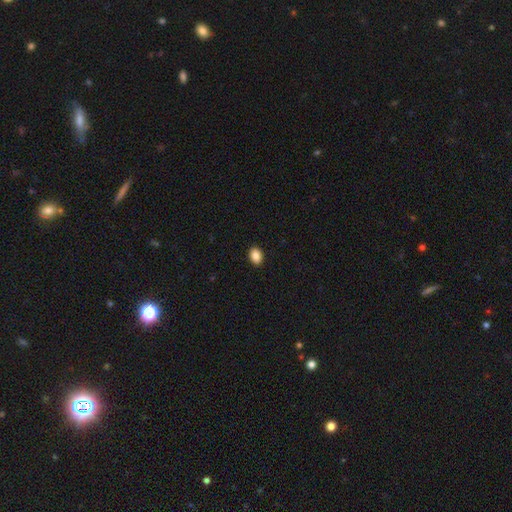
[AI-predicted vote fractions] Smooth or featured? Predicted: smooth (p=0.88). How rounded? Predicted: in between (p=0.72). Merging? Predicted: none (p=0.91).